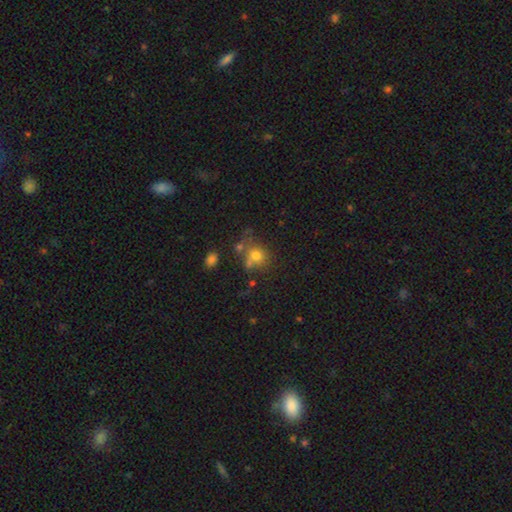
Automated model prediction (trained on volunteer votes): smooth_or_featured: smooth (p=0.71) [alt: star or artifact p=0.15]
how_rounded: round (p=0.68) [alt: in between p=0.31]
merging: none (p=0.50) [alt: merger p=0.22]